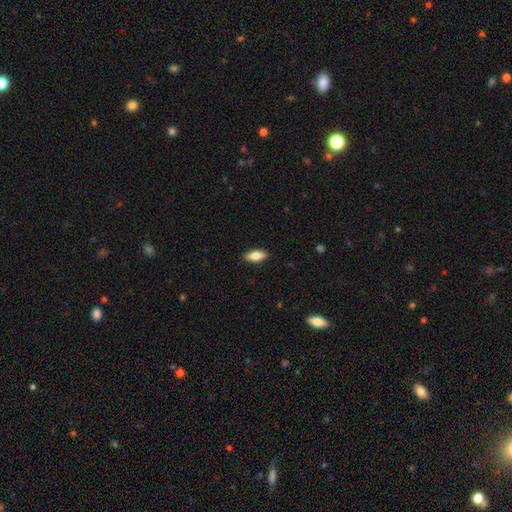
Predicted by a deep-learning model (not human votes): Smooth or featured? smooth (78%)
How rounded? in between (75%)
Merging? none (89%)